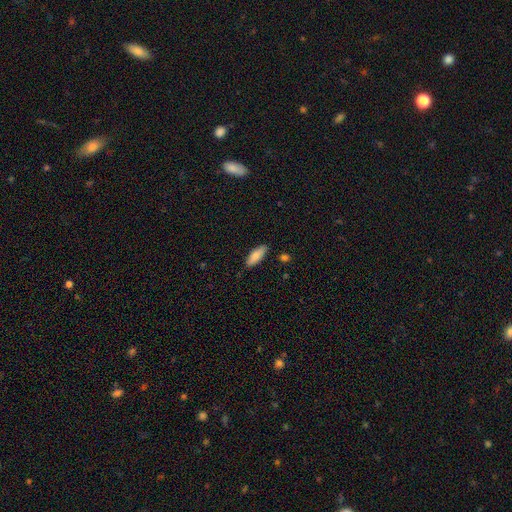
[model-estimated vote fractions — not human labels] A smooth galaxy with no disk features (82%) that is in between round and cigar-shaped (65%). Merging: none (84%).